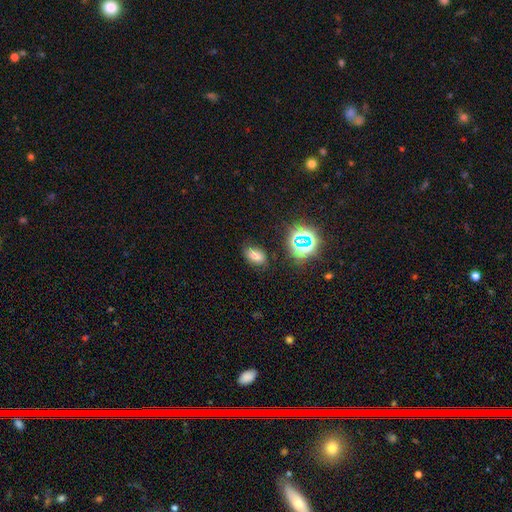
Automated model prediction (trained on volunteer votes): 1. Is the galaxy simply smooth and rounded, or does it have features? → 69% smooth, 23% star or artifact, 8% featured or disk.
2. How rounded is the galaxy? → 88% in between, 9% round, 3% cigar-shaped.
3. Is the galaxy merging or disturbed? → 81% none, 13% minor disturbance, 4% major disturbance, 2% merger.